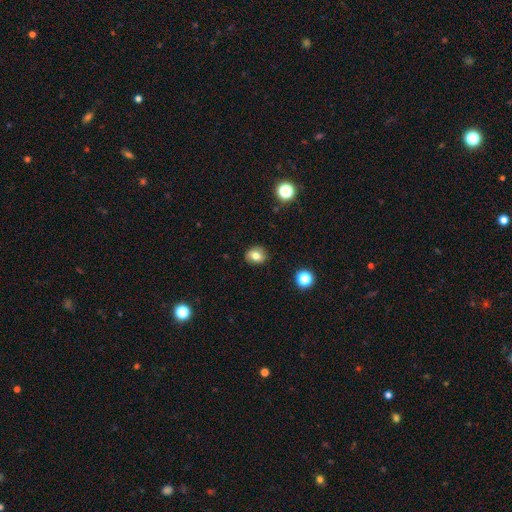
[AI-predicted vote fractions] Smooth or featured?
  - smooth: 73% *
  - featured or disk: 15%
  - star or artifact: 12%
How rounded?
  - round: 60% *
  - in between: 39%
  - cigar-shaped: 1%
Merging?
  - none: 84% *
  - minor disturbance: 12%
  - major disturbance: 3%
  - merger: 1%